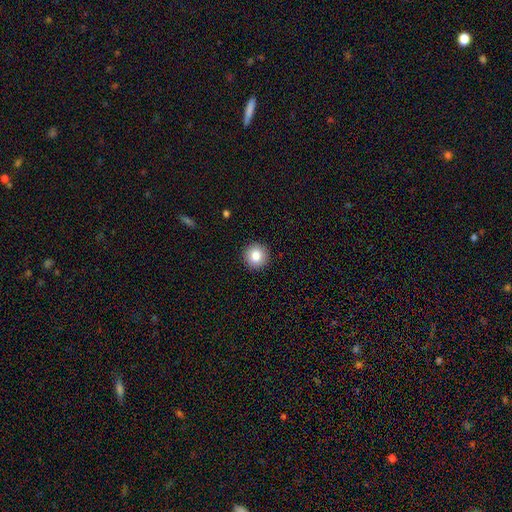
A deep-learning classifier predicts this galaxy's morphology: A smooth galaxy with no disk features (83%) that is round (95%). Merging: none (93%).